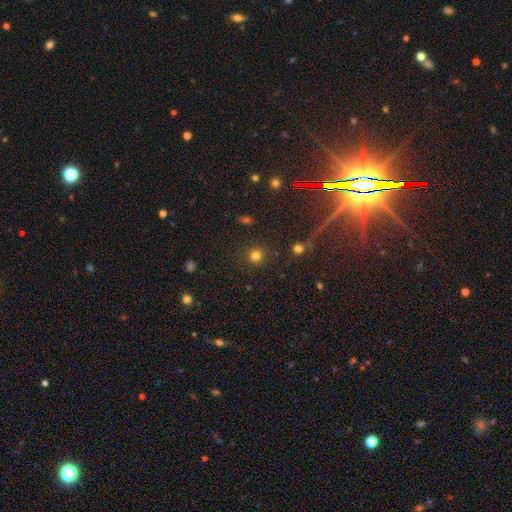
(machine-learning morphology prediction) Smooth or featured? smooth (77%)
How rounded? round (93%)
Merging? none (88%)